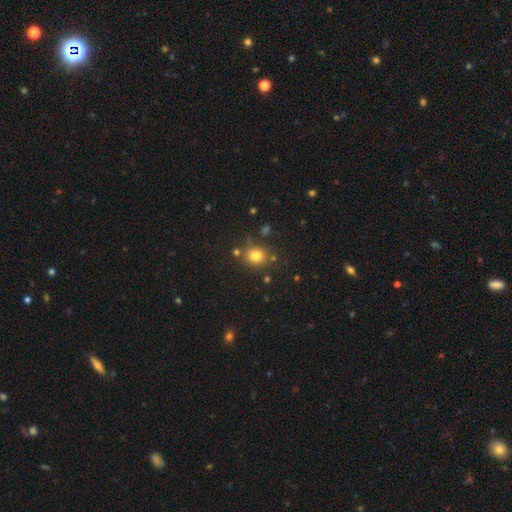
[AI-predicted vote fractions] smooth_or_featured: smooth (p=0.79) [alt: star or artifact p=0.14]
how_rounded: round (p=0.70) [alt: in between p=0.29]
merging: none (p=0.76) [alt: minor disturbance p=0.12]